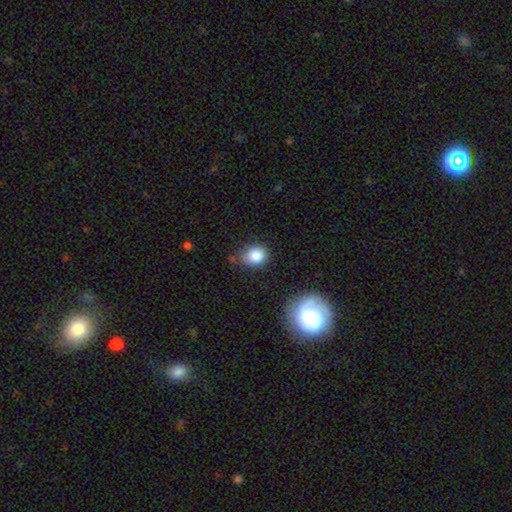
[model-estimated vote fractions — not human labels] This appears to be a smooth galaxy with no disk features (85%) that is round (56%). Merging: none (67%).